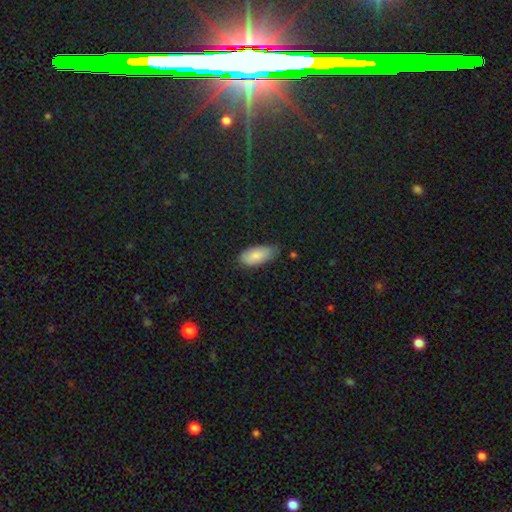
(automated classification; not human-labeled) A smooth galaxy with no disk features (84%) that is in between round and cigar-shaped (90%). Merging: none (63%).